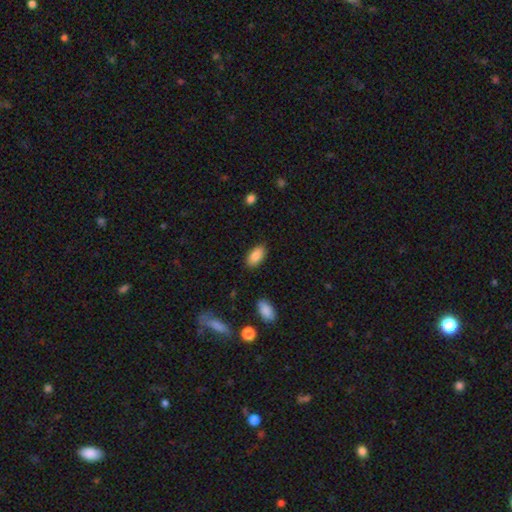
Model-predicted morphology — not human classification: Smooth or featured?
  - smooth: 87% *
  - star or artifact: 7%
  - featured or disk: 6%
How rounded?
  - in between: 94% *
  - round: 3%
  - cigar-shaped: 3%
Merging?
  - none: 86% *
  - minor disturbance: 10%
  - major disturbance: 2%
  - merger: 1%